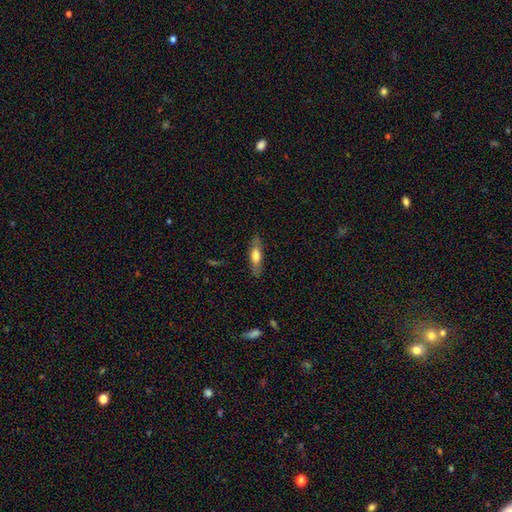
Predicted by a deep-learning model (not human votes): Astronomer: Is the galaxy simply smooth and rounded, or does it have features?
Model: smooth — 63%.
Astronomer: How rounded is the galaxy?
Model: cigar-shaped — 56% (runner-up: in between, 42%).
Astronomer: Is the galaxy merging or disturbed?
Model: none — 84%.